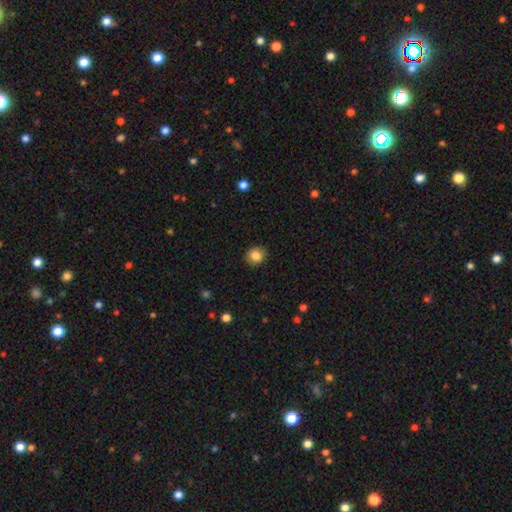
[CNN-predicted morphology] Smooth or featured?
  - smooth: 84% *
  - star or artifact: 10%
  - featured or disk: 6%
How rounded?
  - round: 86% *
  - in between: 13%
  - cigar-shaped: 1%
Merging?
  - none: 90% *
  - minor disturbance: 7%
  - major disturbance: 2%
  - merger: 1%